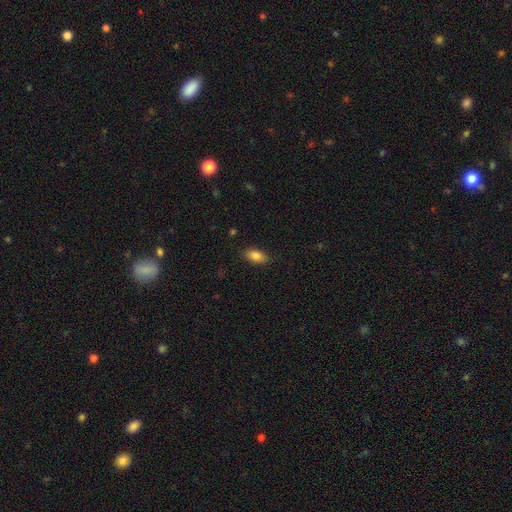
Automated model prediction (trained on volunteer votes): Q: Smooth or featured?
A: smooth (84%); runner-up: featured or disk (8%)
Q: How rounded?
A: in between (91%); runner-up: round (6%)
Q: Merging?
A: none (88%); runner-up: minor disturbance (9%)